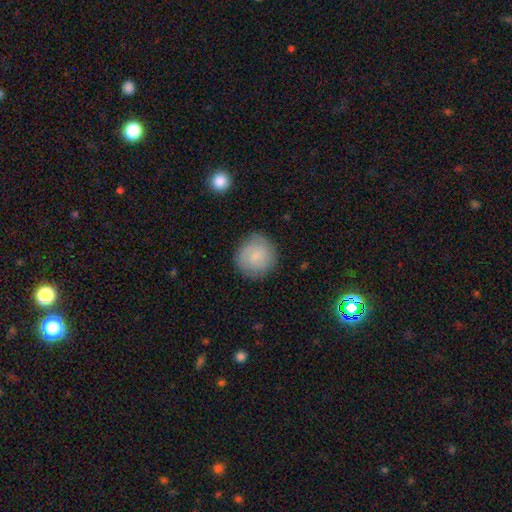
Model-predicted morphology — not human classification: smooth_or_featured: smooth (p=0.79) [alt: featured or disk p=0.14]
how_rounded: round (p=0.92) [alt: in between p=0.07]
merging: none (p=0.82) [alt: minor disturbance p=0.13]